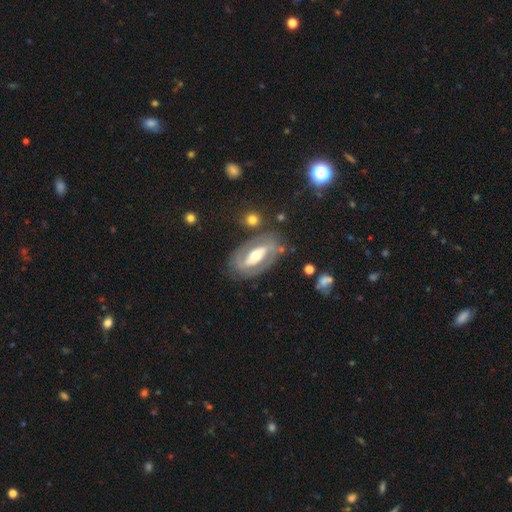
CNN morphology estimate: Smooth or featured?
  - featured or disk: 77% *
  - smooth: 19%
  - star or artifact: 5%
Edge-on disk?
  - no: 90% *
  - yes: 10%
Bar?
  - strong: 52% *
  - no: 24%
  - weak: 24%
Spiral arms?
  - yes: 64% *
  - no: 36%
Bulge size?
  - moderate: 69% *
  - small: 16%
  - large: 12%
  - dominant: 1%
  - none: 1%
Merging?
  - none: 75% *
  - minor disturbance: 15%
  - major disturbance: 7%
  - merger: 4%